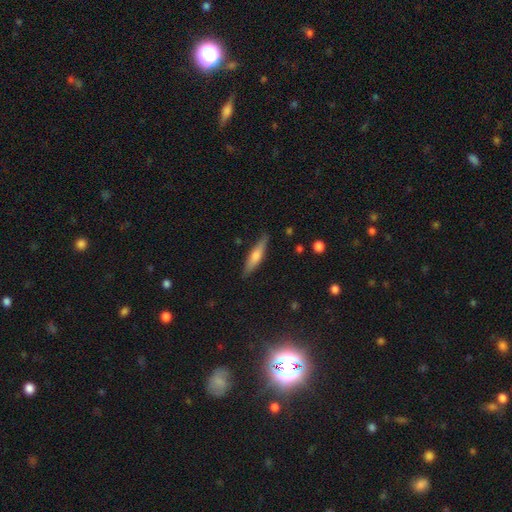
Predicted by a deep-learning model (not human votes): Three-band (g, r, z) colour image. It shows a smooth galaxy with no disk features (50%). Merging: none (86%).